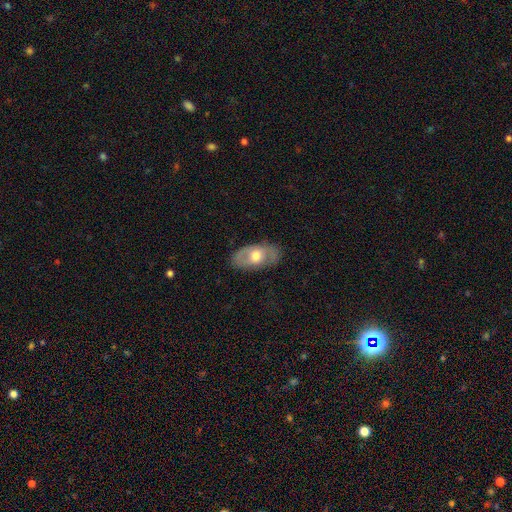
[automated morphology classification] Smooth or featured? Predicted: smooth (p=0.48). Merging? Predicted: none (p=0.79).